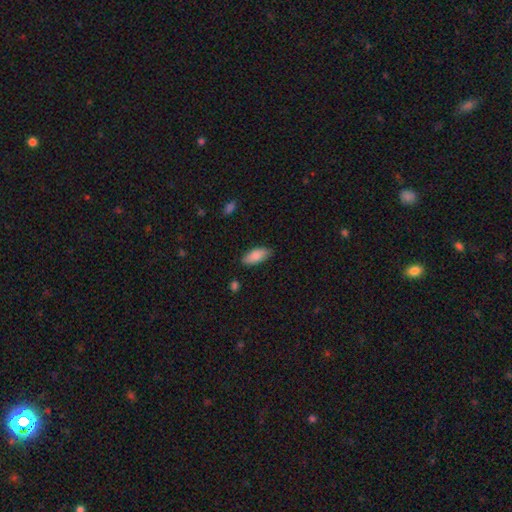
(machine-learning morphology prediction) Smooth or featured? Predicted: smooth (p=0.87). How rounded? Predicted: in between (p=0.87). Merging? Predicted: none (p=0.83).